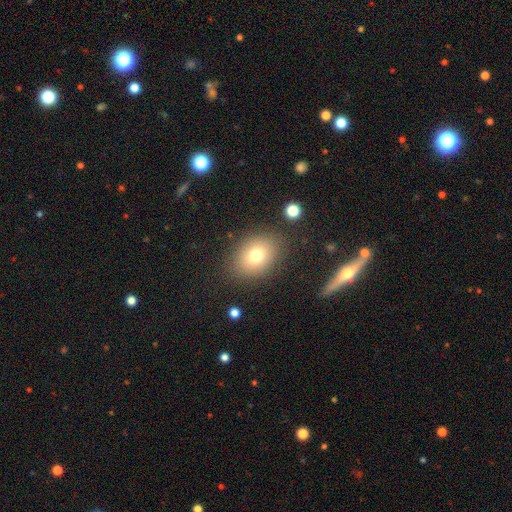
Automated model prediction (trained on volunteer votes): The model was most divided on "how rounded": in between: 65%, round: 34%, cigar-shaped: 1%. More confident: merging — none (84%); smooth or featured — smooth (74%).